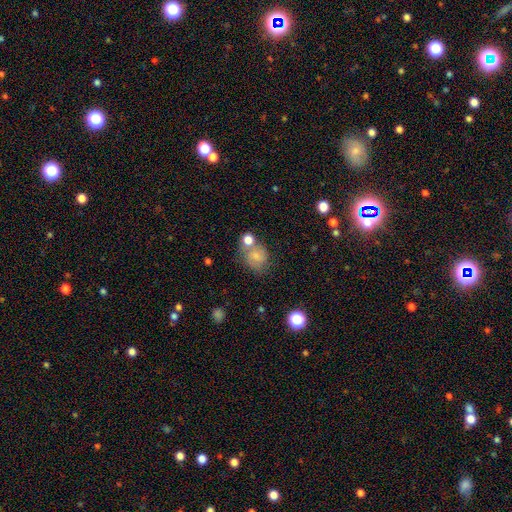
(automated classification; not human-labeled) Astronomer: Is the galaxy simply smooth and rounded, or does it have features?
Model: smooth — 67%.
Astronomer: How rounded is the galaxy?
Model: round — 68%.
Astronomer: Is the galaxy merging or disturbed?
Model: none — 50%.